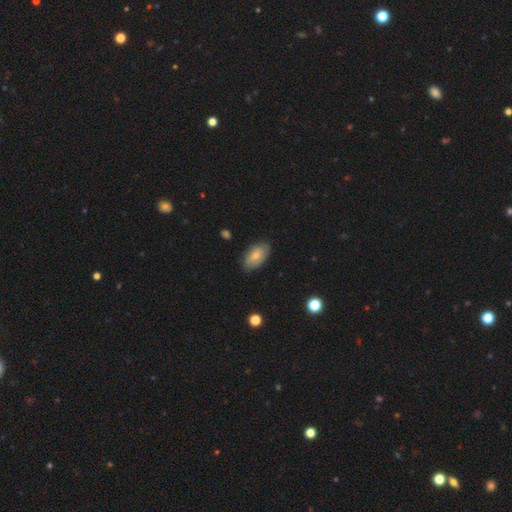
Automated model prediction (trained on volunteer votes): Q: Smooth or featured?
A: smooth (67%); runner-up: featured or disk (26%)
Q: How rounded?
A: in between (94%); runner-up: round (4%)
Q: Merging?
A: none (81%); runner-up: minor disturbance (15%)